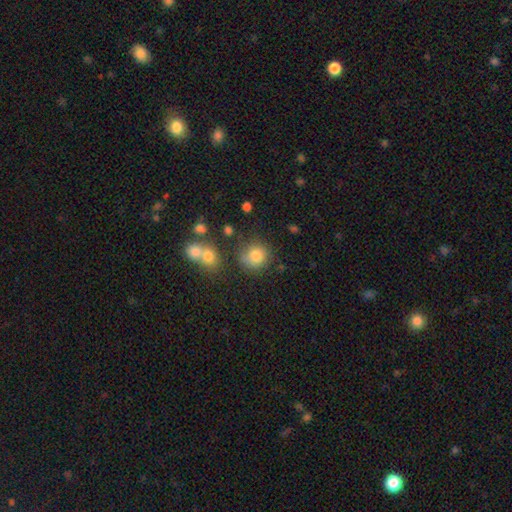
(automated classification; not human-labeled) smooth 79%, star or artifact 12%, featured or disk 9%. Down the decision tree: how rounded — round (86%); merging — none (67%).